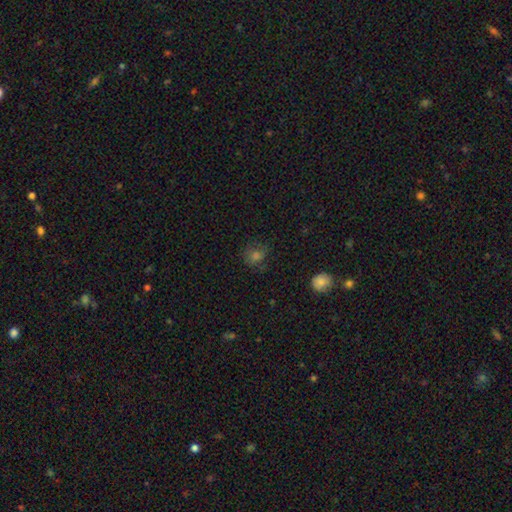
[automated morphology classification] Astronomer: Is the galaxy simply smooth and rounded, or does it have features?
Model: smooth — 66%.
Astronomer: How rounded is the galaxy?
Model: round — 78%.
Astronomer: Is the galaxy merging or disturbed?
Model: none — 73%.